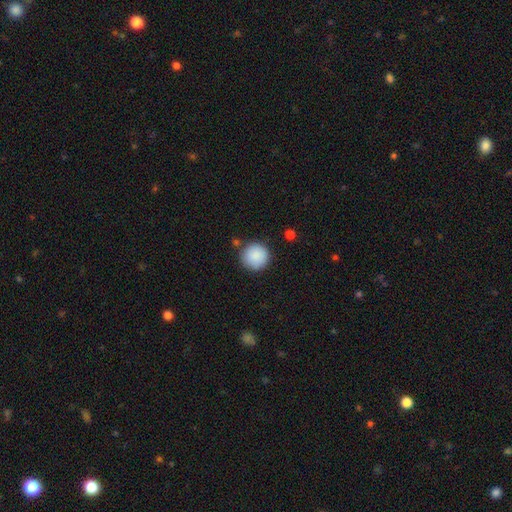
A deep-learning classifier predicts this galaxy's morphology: Smooth or featured? Predicted: smooth (p=0.89). How rounded? Predicted: round (p=0.95). Merging? Predicted: none (p=0.85).